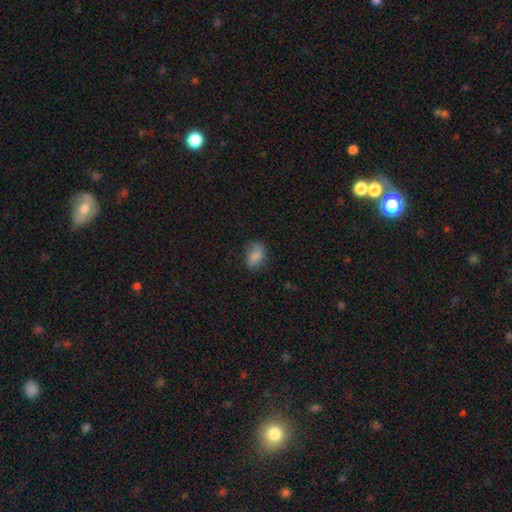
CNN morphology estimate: The model was most divided on "merging": none: 68%, minor disturbance: 23%, major disturbance: 7%, merger: 1%. More confident: smooth or featured — smooth (79%); how rounded — in between (79%).